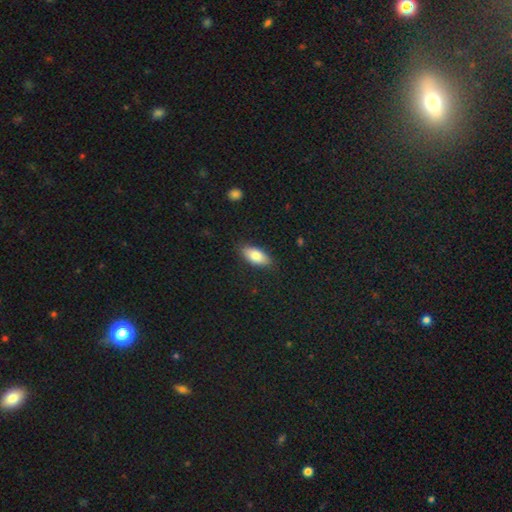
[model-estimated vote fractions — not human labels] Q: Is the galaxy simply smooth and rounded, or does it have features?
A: smooth — 83%.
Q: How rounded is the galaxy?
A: in between — 87%.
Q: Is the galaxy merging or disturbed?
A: none — 84%.